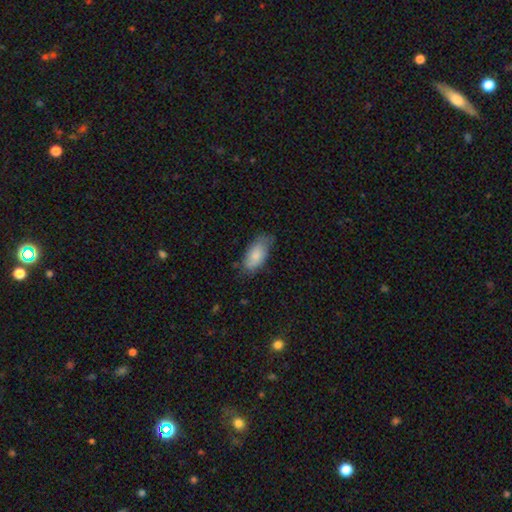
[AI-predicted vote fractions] A smooth galaxy with no disk features (81%) that is in between round and cigar-shaped (92%).

Vote fractions:
- Smooth or featured? smooth: 81% / featured or disk: 13% / star or artifact: 6%
- How rounded? in between: 92% / cigar-shaped: 5% / round: 2%
- Merging? none: 63% / minor disturbance: 29% / major disturbance: 6% / merger: 2%